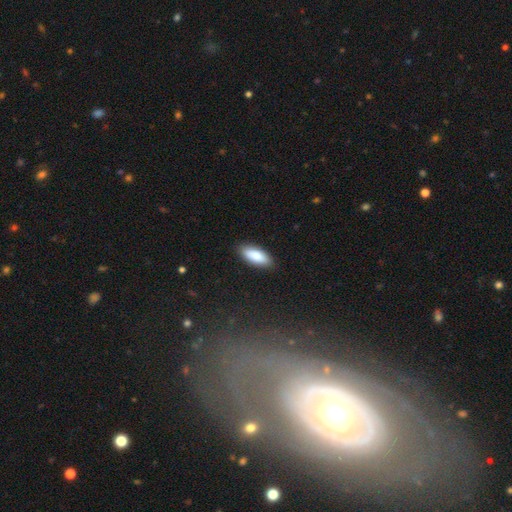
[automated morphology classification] Smooth or featured? Predicted: smooth (p=0.86). How rounded? Predicted: in between (p=0.79). Merging? Predicted: none (p=0.88).